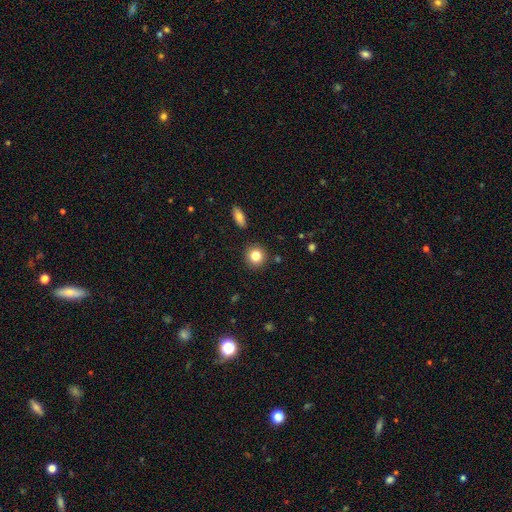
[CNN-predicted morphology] This is clearly a smooth galaxy (82%). How rounded: clearly round (88%). Merging: clearly none (89%).